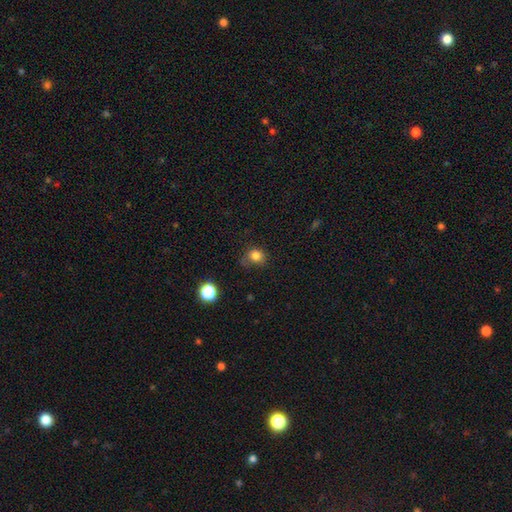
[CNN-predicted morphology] type=smooth (81%); roundness=round (73%); merging=none (58%).